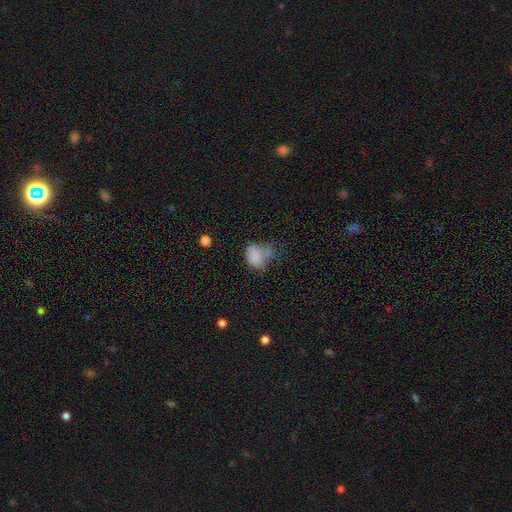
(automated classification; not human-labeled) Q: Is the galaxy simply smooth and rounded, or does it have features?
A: smooth — 77%.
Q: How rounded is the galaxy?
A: in between — 69%.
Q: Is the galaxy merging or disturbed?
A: none — 33%.